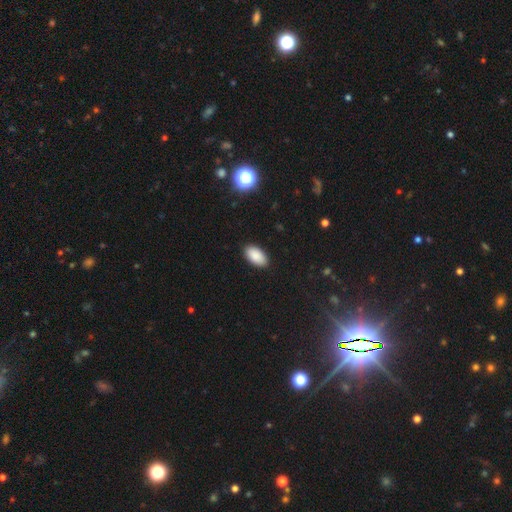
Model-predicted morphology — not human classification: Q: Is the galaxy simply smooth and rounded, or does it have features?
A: smooth — 89%.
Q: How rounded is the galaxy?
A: in between — 96%.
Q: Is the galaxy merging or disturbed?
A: none — 88%.